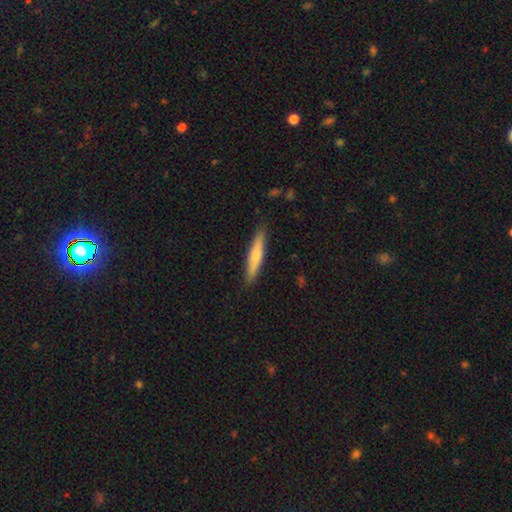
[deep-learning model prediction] This appears to be a smooth galaxy with no disk features (63%) that is cigar-shaped (88%). Merging: none (89%).